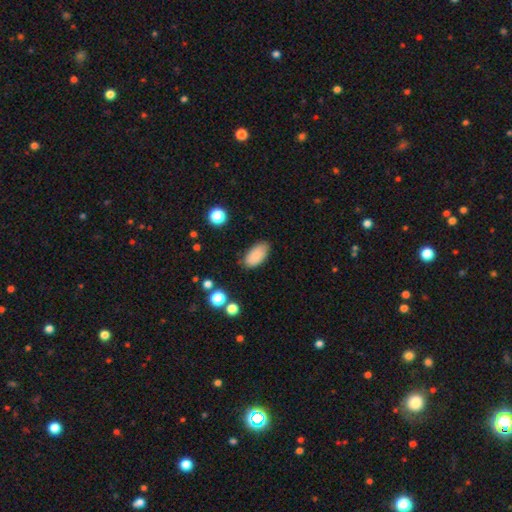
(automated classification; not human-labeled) The model was most divided on "merging": none: 82%, minor disturbance: 14%, major disturbance: 3%, merger: 2%. More confident: how rounded — in between (94%); smooth or featured — smooth (87%).